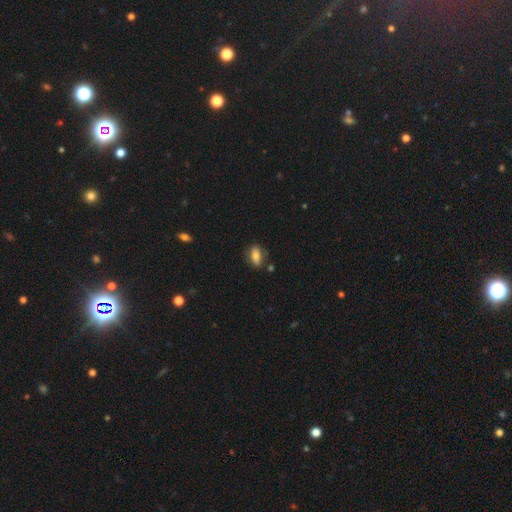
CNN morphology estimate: A smooth galaxy with no disk features (79%) that is in between round and cigar-shaped (84%).

Vote fractions:
- Smooth or featured? smooth: 79% / featured or disk: 13% / star or artifact: 8%
- How rounded? in between: 84% / cigar-shaped: 10% / round: 7%
- Merging? none: 74% / minor disturbance: 17% / major disturbance: 4% / merger: 4%